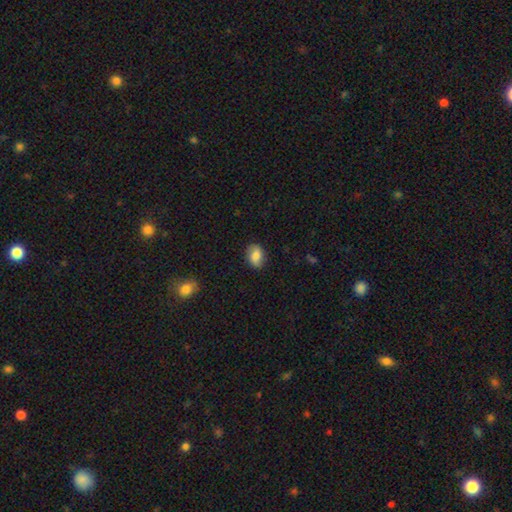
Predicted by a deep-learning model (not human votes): Smooth or featured? smooth (72%)
How rounded? in between (78%)
Merging? none (83%)